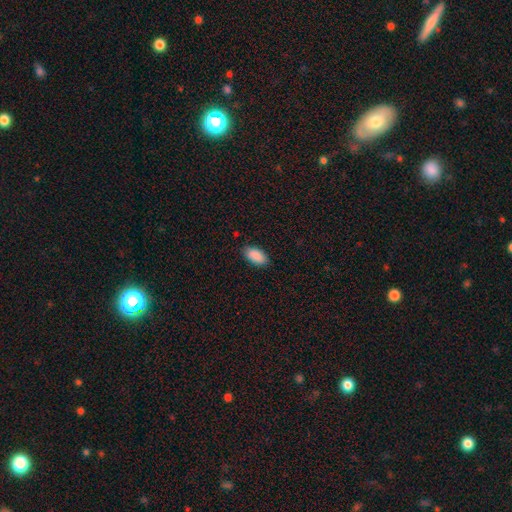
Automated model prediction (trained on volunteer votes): Smooth or featured? smooth (90%)
How rounded? in between (94%)
Merging? none (86%)